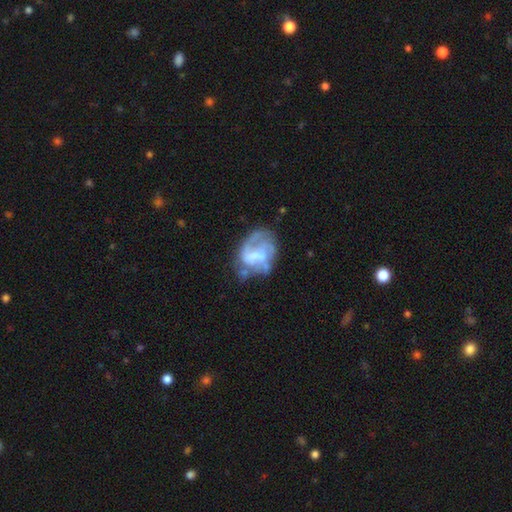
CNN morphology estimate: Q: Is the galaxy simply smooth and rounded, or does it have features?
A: featured or disk — 67%.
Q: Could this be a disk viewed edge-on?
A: no — 98%.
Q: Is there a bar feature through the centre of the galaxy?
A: no — 43%.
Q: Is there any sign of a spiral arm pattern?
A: yes — 54%.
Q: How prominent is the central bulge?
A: none — 42%.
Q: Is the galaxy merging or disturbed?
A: none — 37%.